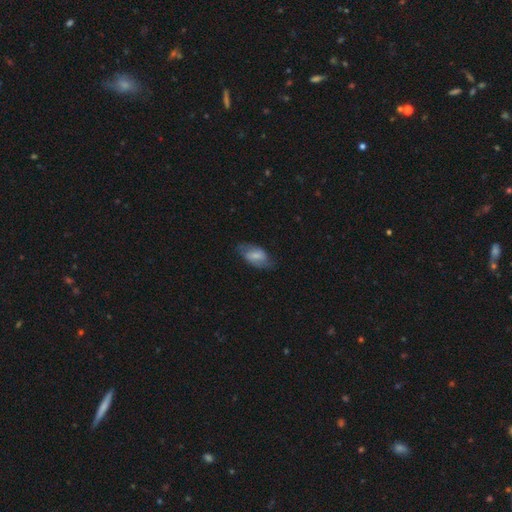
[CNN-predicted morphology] smooth-or-featured: smooth: 49% | featured or disk: 44% | star or artifact: 7%
  merging: none: 68% | minor disturbance: 22% | major disturbance: 8% | merger: 1%